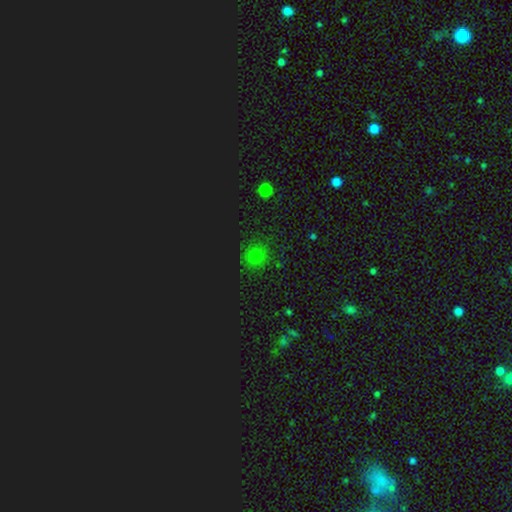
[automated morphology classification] Smooth or featured? Predicted: smooth (p=0.68). How rounded? Predicted: round (p=0.91). Merging? Predicted: none (p=0.87).